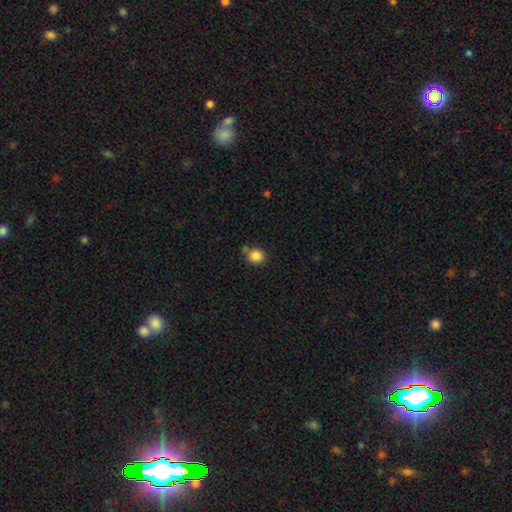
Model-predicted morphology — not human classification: The model was most divided on "merging": none: 72%, minor disturbance: 13%, merger: 11%, major disturbance: 4%. More confident: smooth or featured — smooth (86%); how rounded — round (82%).